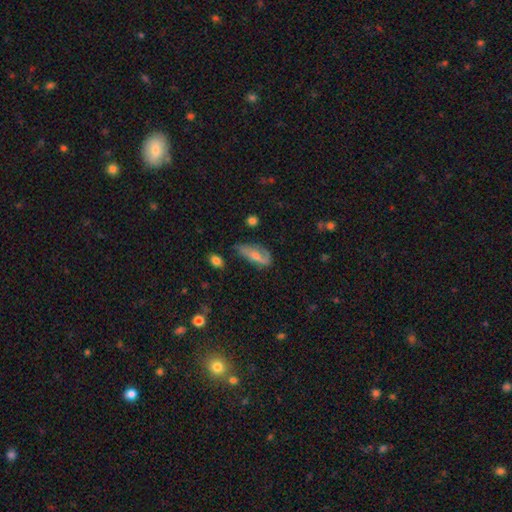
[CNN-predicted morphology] Smooth or featured? Predicted: featured or disk (p=0.45). Merging? Predicted: none (p=0.52).